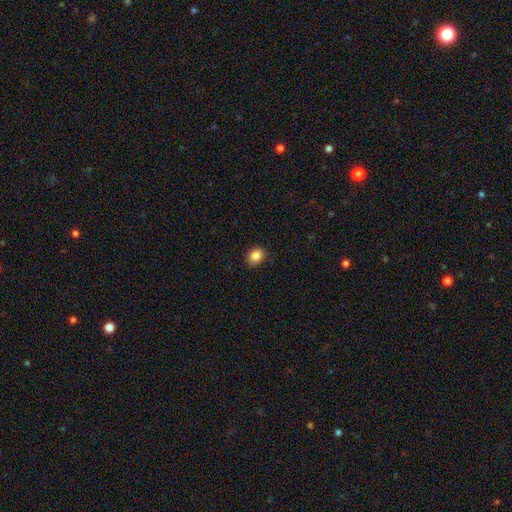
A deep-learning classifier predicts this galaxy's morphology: smooth-or-featured: smooth: 85% | star or artifact: 10% | featured or disk: 5%
  how-rounded: in between: 53% | round: 46% | cigar-shaped: 1%
  merging: none: 86% | minor disturbance: 11% | major disturbance: 2% | merger: 1%